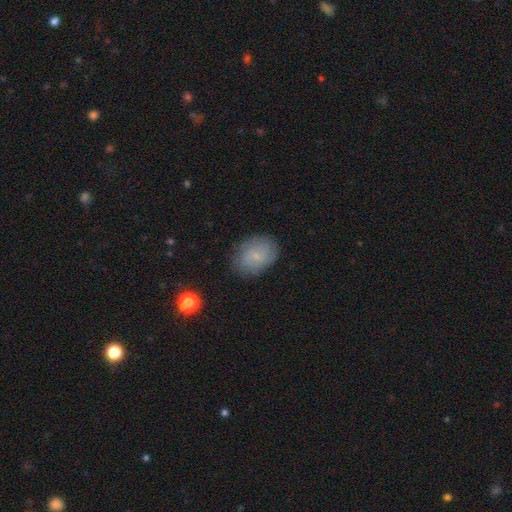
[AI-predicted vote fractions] smooth 65%, featured or disk 26%, star or artifact 9%. Down the decision tree: how rounded — in between (70%); merging — none (77%).